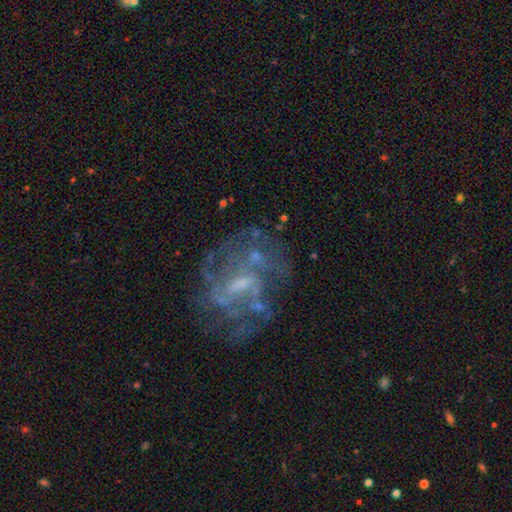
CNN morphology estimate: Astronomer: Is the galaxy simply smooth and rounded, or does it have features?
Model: featured or disk — 79%.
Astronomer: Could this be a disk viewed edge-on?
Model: no — 97%.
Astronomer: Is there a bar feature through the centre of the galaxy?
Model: weak — 52% (runner-up: no, 32%).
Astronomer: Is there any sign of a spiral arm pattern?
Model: yes — 75%.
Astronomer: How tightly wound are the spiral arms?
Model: medium — 44% (runner-up: tight, 34%).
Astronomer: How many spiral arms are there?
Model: can't tell — 43% (runner-up: 2, 21%).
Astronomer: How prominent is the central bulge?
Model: small — 43% (runner-up: moderate, 30%).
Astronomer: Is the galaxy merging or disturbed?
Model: none — 56%.